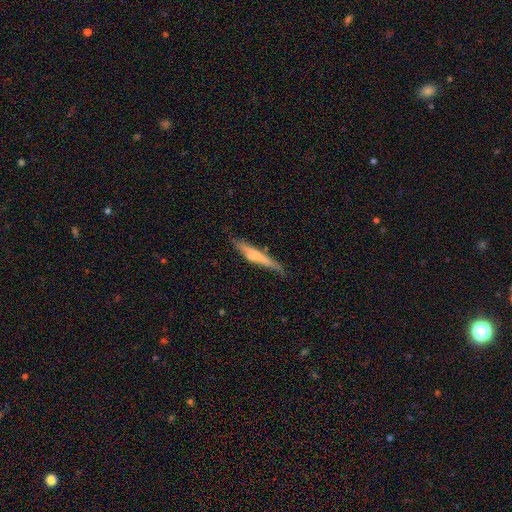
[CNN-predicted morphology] smooth 51%, featured or disk 43%, star or artifact 6%. Down the decision tree: how rounded — cigar-shaped (92%); merging — none (73%).